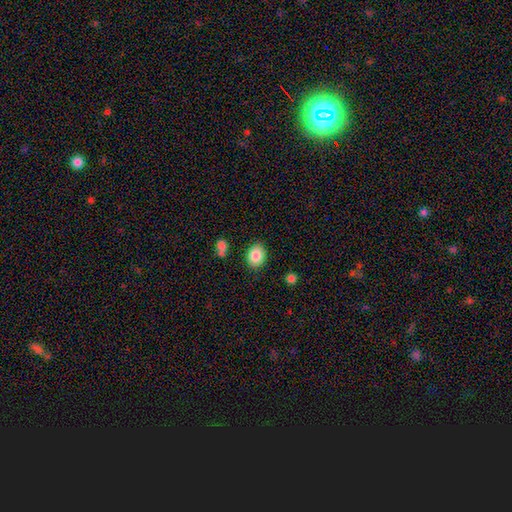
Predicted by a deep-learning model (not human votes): A smooth galaxy with no disk features (86%) that is in between round and cigar-shaped (56%). Merging: none (85%).